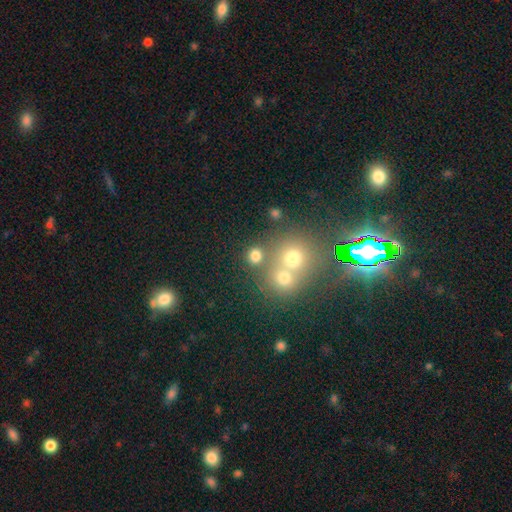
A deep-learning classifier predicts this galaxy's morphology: The model was most divided on "merging": none: 64%, merger: 26%, minor disturbance: 7%, major disturbance: 4%. More confident: how rounded — round (86%); smooth or featured — smooth (75%).